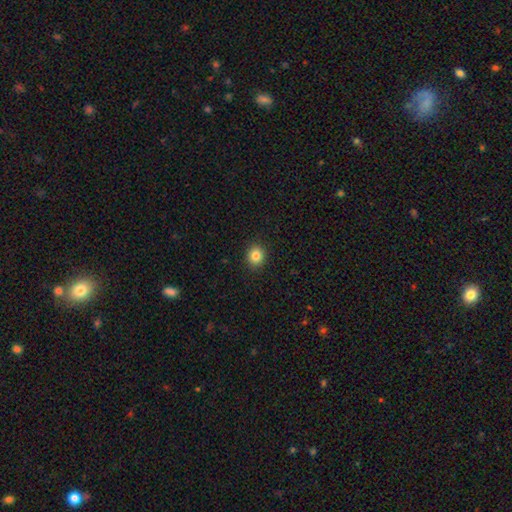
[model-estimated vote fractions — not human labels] Overall: smooth (84%). How rounded: round (79%). Merging: none (92%).